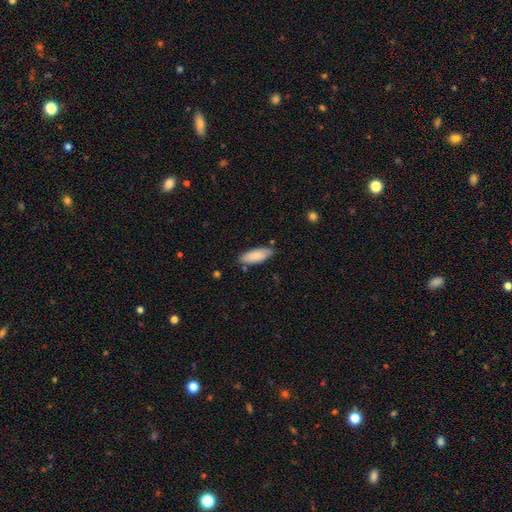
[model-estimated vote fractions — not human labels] A smooth galaxy with no disk features (85%) that is in between round and cigar-shaped (75%).

Vote fractions:
- Smooth or featured? smooth: 85% / featured or disk: 10% / star or artifact: 6%
- How rounded? in between: 75% / cigar-shaped: 24% / round: 1%
- Merging? none: 80% / minor disturbance: 15% / merger: 3% / major disturbance: 3%